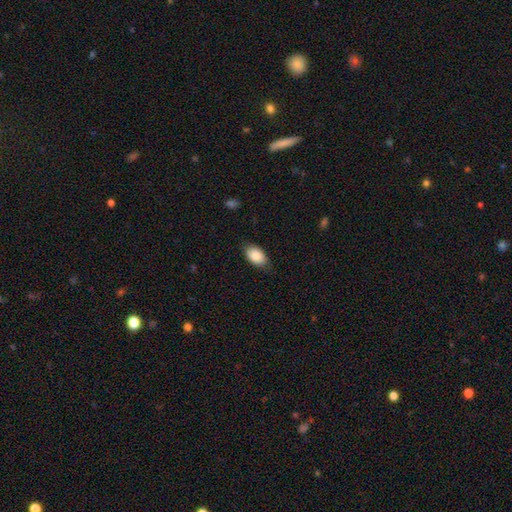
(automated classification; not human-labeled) Smooth or featured? smooth (88%)
How rounded? in between (92%)
Merging? none (80%)